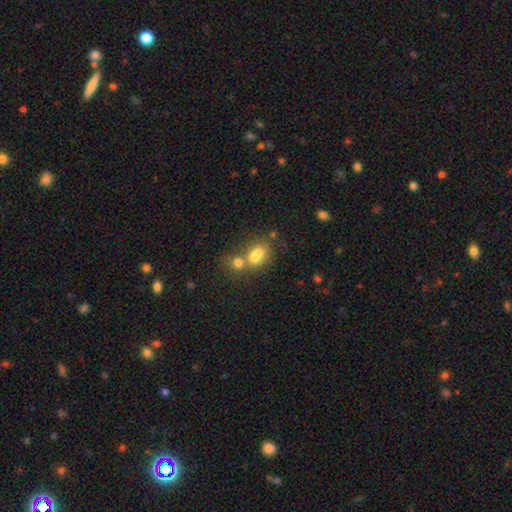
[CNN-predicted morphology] smooth_or_featured: smooth (p=0.69) [alt: featured or disk p=0.19]
how_rounded: in between (p=0.51) [alt: round p=0.47]
merging: merger (p=0.64) [alt: none p=0.24]